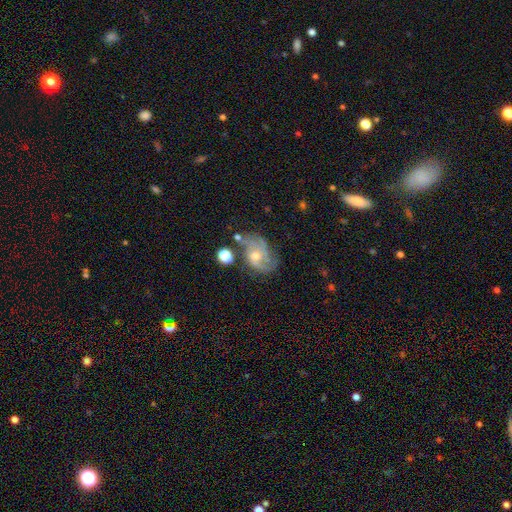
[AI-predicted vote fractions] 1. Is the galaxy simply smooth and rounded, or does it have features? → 76% featured or disk, 15% smooth, 8% star or artifact.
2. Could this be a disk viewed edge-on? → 97% no, 3% yes.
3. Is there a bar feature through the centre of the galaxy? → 68% no, 28% weak, 4% strong.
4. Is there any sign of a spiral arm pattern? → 93% yes, 7% no.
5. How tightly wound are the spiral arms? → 48% medium, 28% loose, 24% tight.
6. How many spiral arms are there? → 43% 2, 26% 3, 17% can't tell, 5% 4, 5% 1, 4% more than 4.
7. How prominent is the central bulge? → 51% moderate, 42% small, 3% large, 3% none, 1% dominant.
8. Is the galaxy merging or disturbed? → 54% none, 23% minor disturbance, 16% major disturbance, 7% merger.